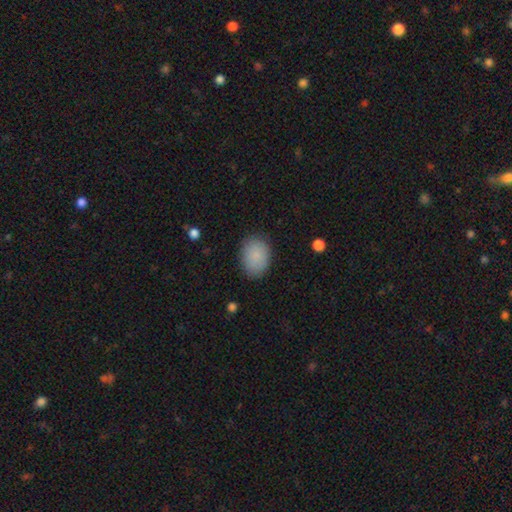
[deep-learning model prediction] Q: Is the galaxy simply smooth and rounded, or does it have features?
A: smooth — 87%.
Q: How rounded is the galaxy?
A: in between — 71%.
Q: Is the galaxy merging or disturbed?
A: none — 84%.